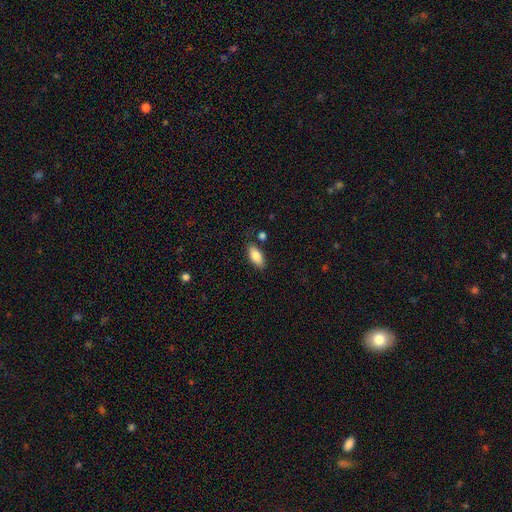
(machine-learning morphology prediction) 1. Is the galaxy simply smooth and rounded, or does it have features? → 83% smooth, 11% featured or disk, 7% star or artifact.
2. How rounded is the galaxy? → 87% in between, 10% cigar-shaped, 2% round.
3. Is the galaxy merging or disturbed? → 79% none, 13% minor disturbance, 4% merger, 3% major disturbance.